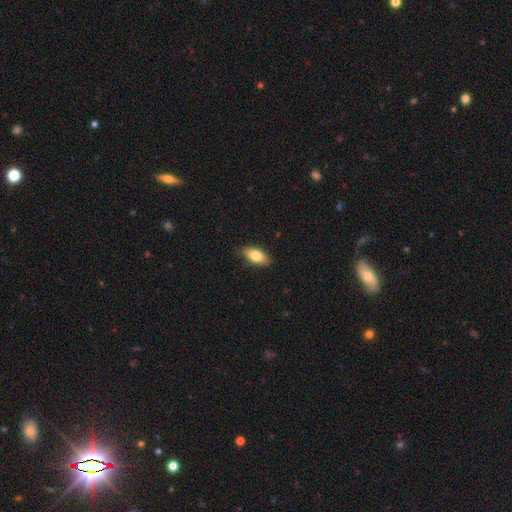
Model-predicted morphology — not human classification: A smooth galaxy with no disk features (73%) that is in between round and cigar-shaped (81%). Merging: none (85%).